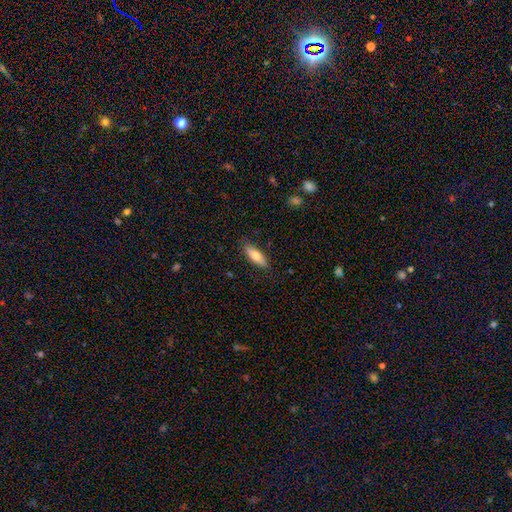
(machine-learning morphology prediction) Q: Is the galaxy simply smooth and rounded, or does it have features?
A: smooth — 72%.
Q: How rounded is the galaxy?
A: in between — 58%.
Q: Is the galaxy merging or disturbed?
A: none — 85%.